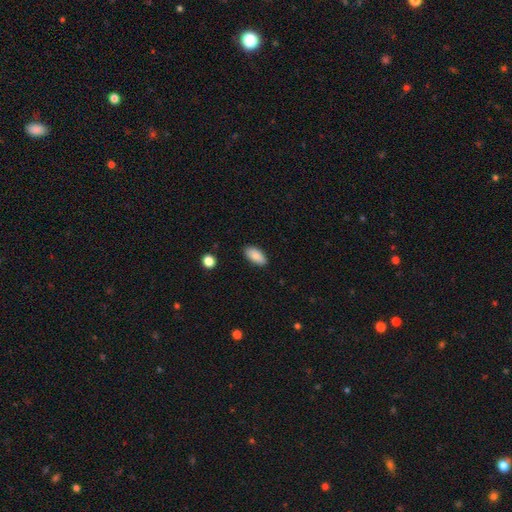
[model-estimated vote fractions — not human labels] Smooth or featured? smooth (87%)
How rounded? in between (92%)
Merging? none (88%)